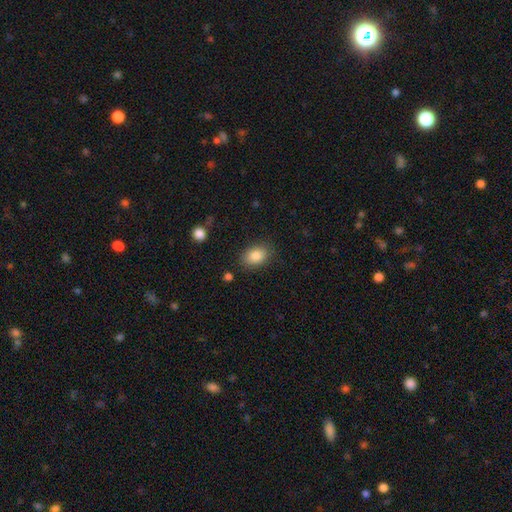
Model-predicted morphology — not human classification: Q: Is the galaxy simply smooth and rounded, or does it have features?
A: smooth — 86%.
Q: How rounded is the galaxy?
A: in between — 79%.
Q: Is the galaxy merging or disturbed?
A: none — 81%.